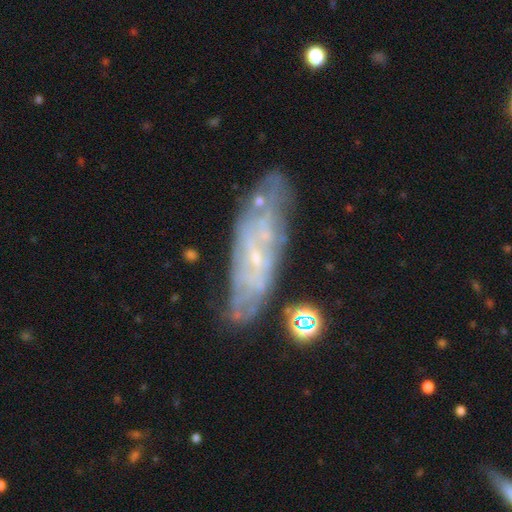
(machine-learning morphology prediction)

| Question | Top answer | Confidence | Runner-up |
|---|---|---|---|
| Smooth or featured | featured or disk | 73% | smooth (19%) |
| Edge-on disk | no | 78% | yes (22%) |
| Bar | no | 61% | weak (30%) |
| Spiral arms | yes | 67% | no (33%) |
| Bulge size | small | 77% | moderate (11%) |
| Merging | none | 69% | minor disturbance (19%) |